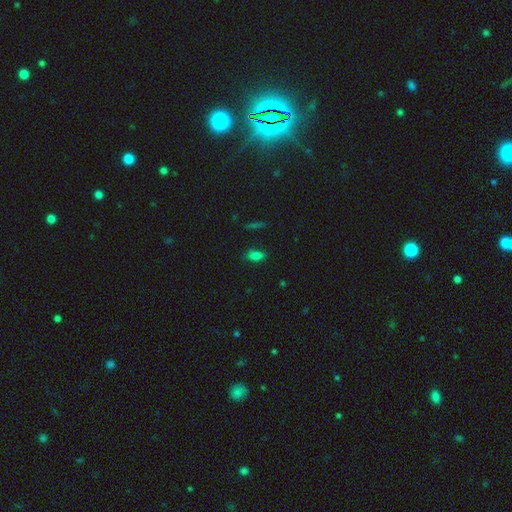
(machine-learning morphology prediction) This appears to be a smooth galaxy with no disk features (77%) that is in between round and cigar-shaped (83%). Merging: none (81%).